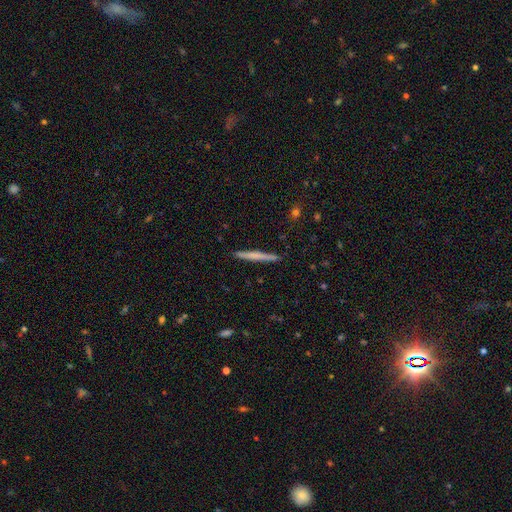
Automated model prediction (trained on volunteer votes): Q: Smooth or featured?
A: smooth (55%); runner-up: featured or disk (39%)
Q: How rounded?
A: cigar-shaped (96%); runner-up: in between (2%)
Q: Merging?
A: none (91%); runner-up: minor disturbance (7%)